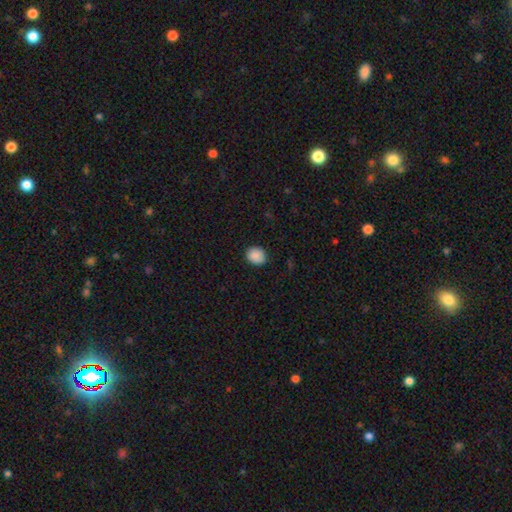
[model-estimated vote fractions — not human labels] Smooth or featured? smooth (89%)
How rounded? round (64%)
Merging? none (88%)